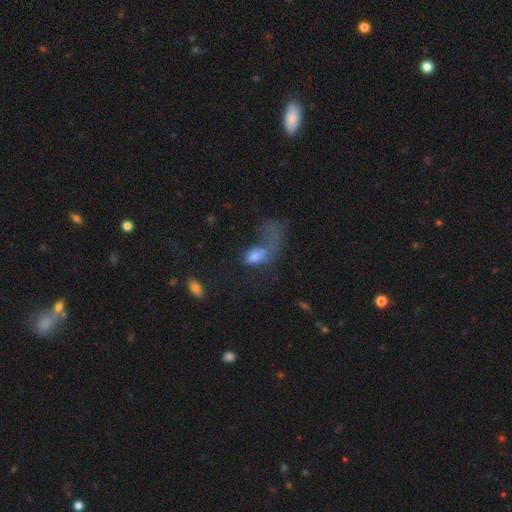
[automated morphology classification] Smooth or featured? Predicted: smooth (p=0.43). Merging? Predicted: major disturbance (p=0.51).